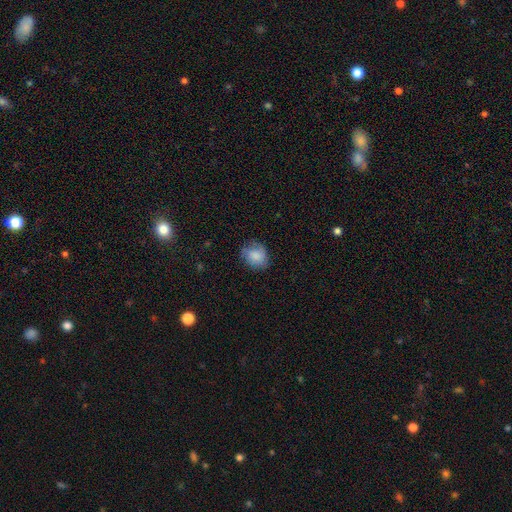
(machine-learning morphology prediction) The model was most divided on "how rounded": round: 55%, in between: 44%, cigar-shaped: 1%. More confident: smooth or featured — smooth (76%); merging — none (67%).